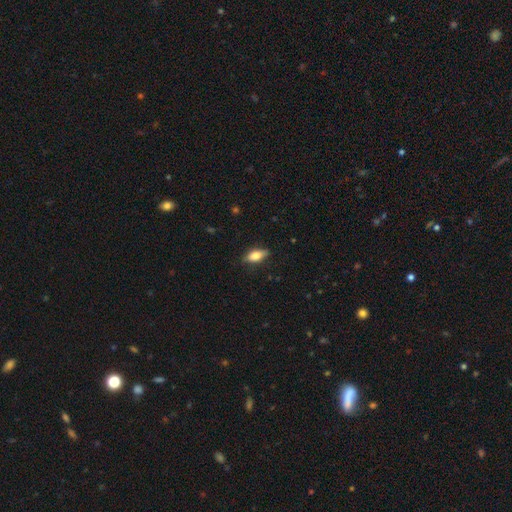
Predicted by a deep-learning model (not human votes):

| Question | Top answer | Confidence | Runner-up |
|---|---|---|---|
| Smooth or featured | smooth | 67% | featured or disk (26%) |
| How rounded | in between | 77% | cigar-shaped (18%) |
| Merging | none | 83% | minor disturbance (14%) |